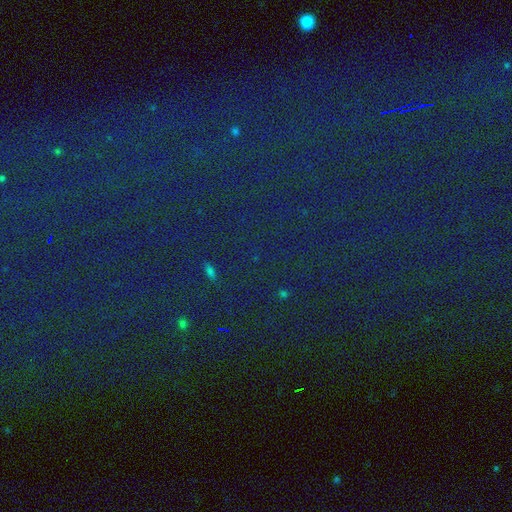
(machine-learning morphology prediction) Smooth or featured?
  - star or artifact: 77% *
  - smooth: 14%
  - featured or disk: 9%